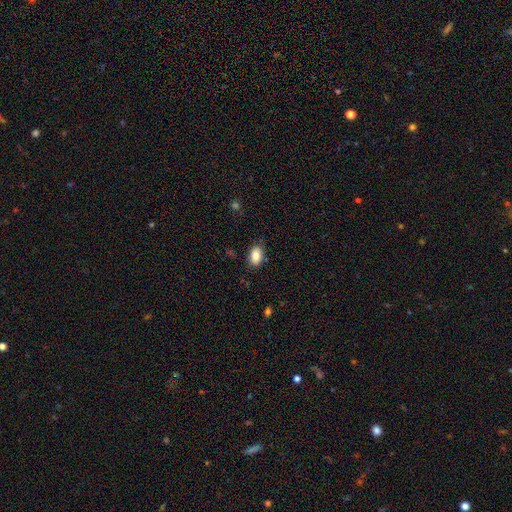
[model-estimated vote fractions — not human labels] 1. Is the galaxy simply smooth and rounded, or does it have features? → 85% smooth, 8% star or artifact, 7% featured or disk.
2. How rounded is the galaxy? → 88% in between, 10% round, 1% cigar-shaped.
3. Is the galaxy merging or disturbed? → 85% none, 11% minor disturbance, 2% major disturbance, 1% merger.